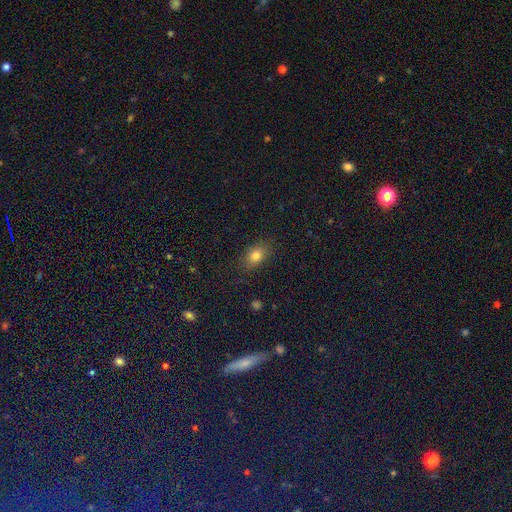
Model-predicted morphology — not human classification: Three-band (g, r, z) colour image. It shows a smooth galaxy with no disk features (79%) that is in between round and cigar-shaped (74%). Merging: none (84%).